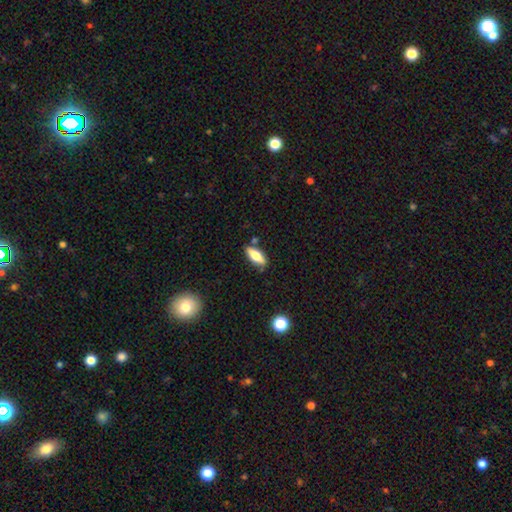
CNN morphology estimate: Smooth or featured? Predicted: smooth (p=0.66). How rounded? Predicted: in between (p=0.67). Merging? Predicted: none (p=0.80).